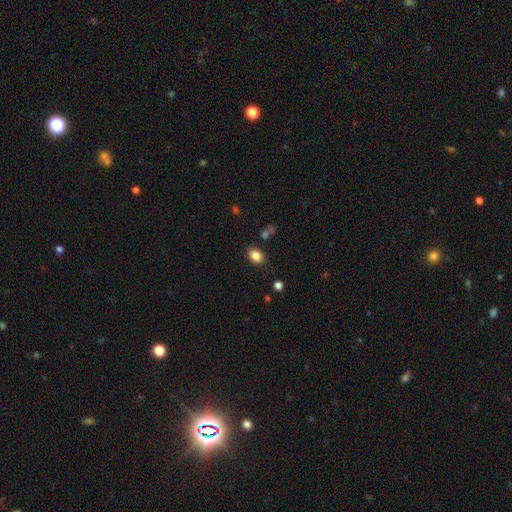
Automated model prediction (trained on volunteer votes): Morphology: type=smooth (86%); roundness=in between (73%); merging=none (83%).